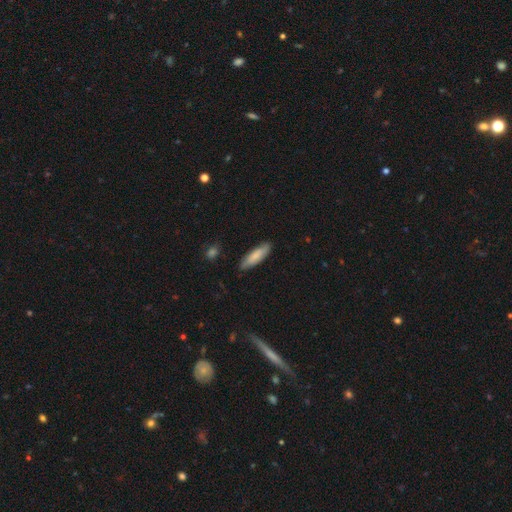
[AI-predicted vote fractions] A smooth galaxy with no disk features (78%) that is cigar-shaped (59%). Merging: none (84%).